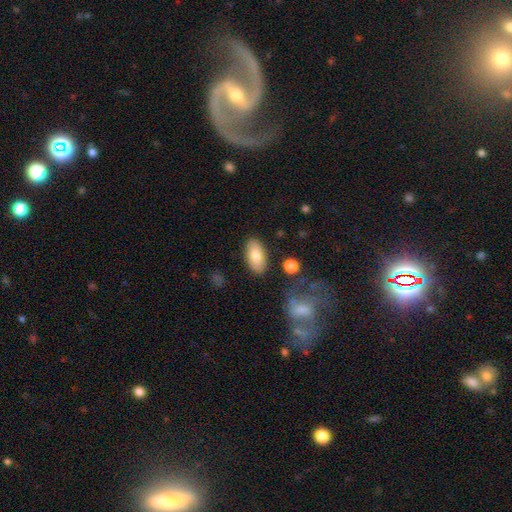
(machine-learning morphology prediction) Smooth or featured: smooth — 78% (featured or disk — 15%)
How rounded: in between — 93% (cigar-shaped — 4%)
Merging: none — 85% (minor disturbance — 10%)